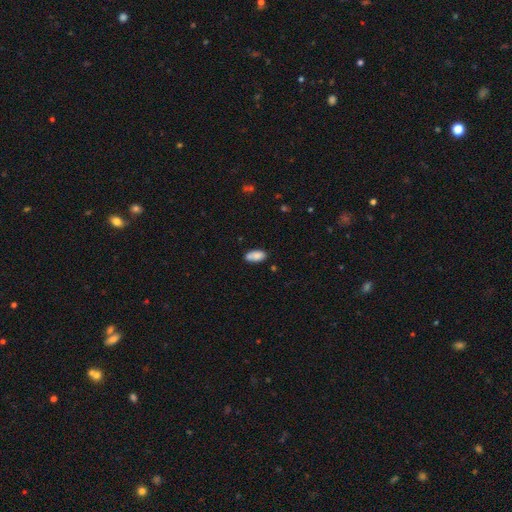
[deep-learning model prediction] smooth_or_featured: smooth (p=0.83) [alt: featured or disk p=0.10]
how_rounded: in between (p=0.91) [alt: cigar-shaped p=0.06]
merging: none (p=0.69) [alt: minor disturbance p=0.19]